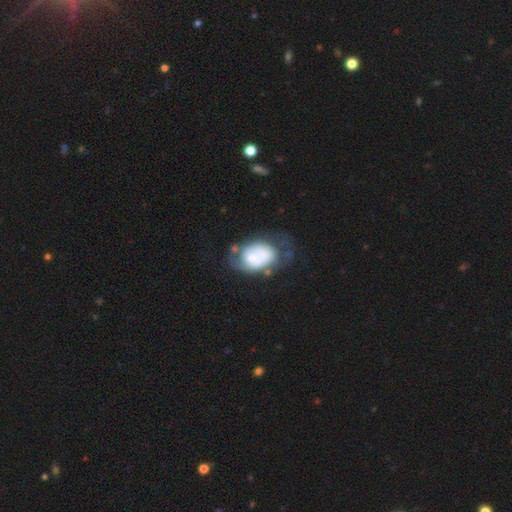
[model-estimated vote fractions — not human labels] Smooth or featured?
  - featured or disk: 52% *
  - smooth: 40%
  - star or artifact: 7%
Edge-on disk?
  - no: 97% *
  - yes: 3%
Bar?
  - no: 85% *
  - weak: 12%
  - strong: 3%
Spiral arms?
  - no: 56% *
  - yes: 44%
Bulge size?
  - small: 45% *
  - moderate: 38%
  - large: 10%
  - none: 5%
  - dominant: 3%
Merging?
  - none: 30% *
  - major disturbance: 28%
  - minor disturbance: 26%
  - merger: 16%